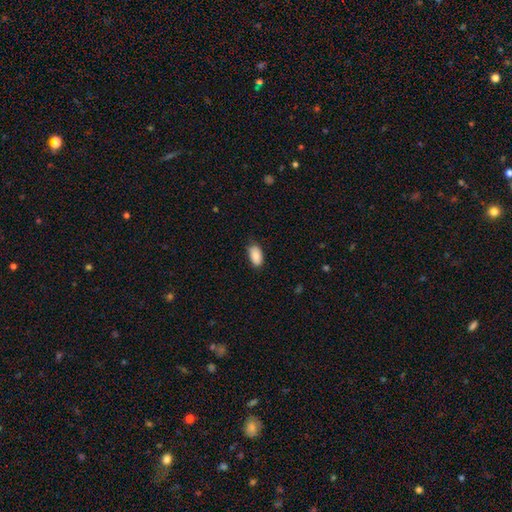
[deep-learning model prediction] smooth_or_featured: smooth (p=0.89) [alt: star or artifact p=0.07]
how_rounded: in between (p=0.94) [alt: round p=0.04]
merging: none (p=0.80) [alt: minor disturbance p=0.16]